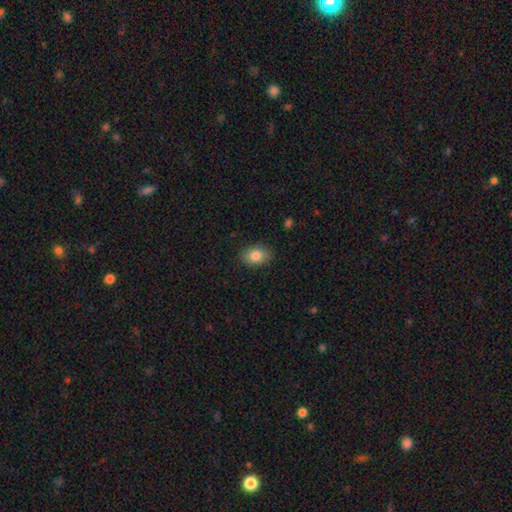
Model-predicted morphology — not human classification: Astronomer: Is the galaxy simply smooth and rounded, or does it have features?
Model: smooth — 84%.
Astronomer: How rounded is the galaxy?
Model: in between — 76%.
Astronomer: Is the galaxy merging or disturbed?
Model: none — 87%.